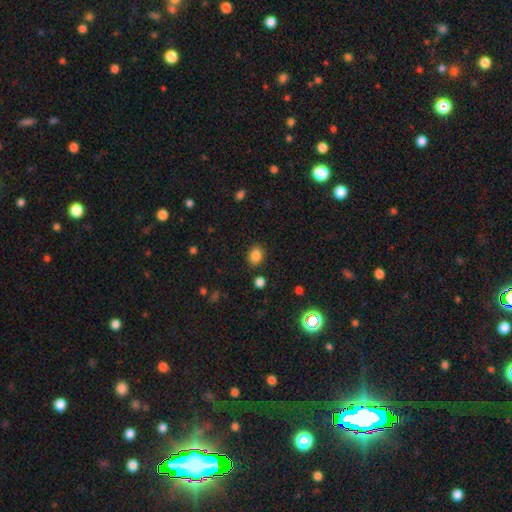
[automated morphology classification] This is clearly a smooth galaxy (84%). How rounded: possibly round (56%). Merging: clearly none (86%).